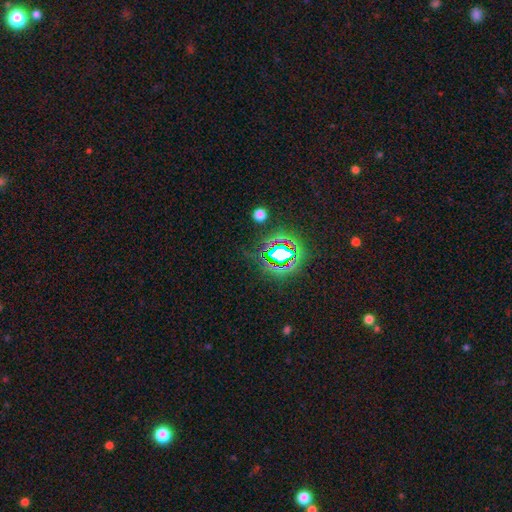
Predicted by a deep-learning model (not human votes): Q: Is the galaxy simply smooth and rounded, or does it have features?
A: star or artifact — 80%.